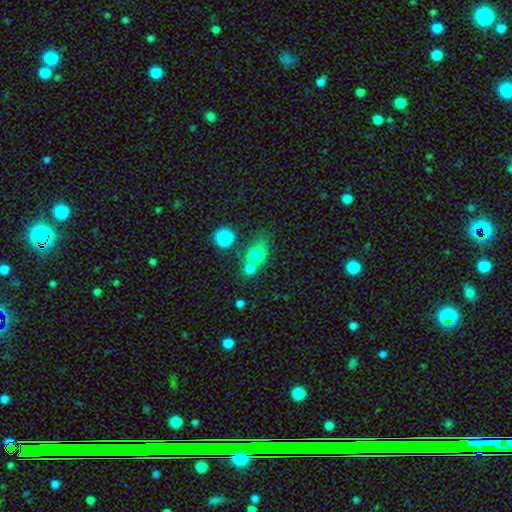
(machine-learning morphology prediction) Q: Smooth or featured?
A: smooth (74%); runner-up: star or artifact (15%)
Q: How rounded?
A: in between (54%); runner-up: round (43%)
Q: Merging?
A: merger (41%); runner-up: none (38%)